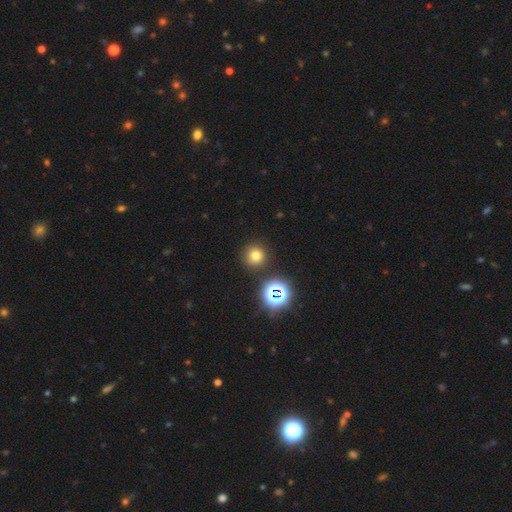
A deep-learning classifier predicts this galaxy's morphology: A smooth galaxy with no disk features (71%) that is round (93%). Merging: none (87%).